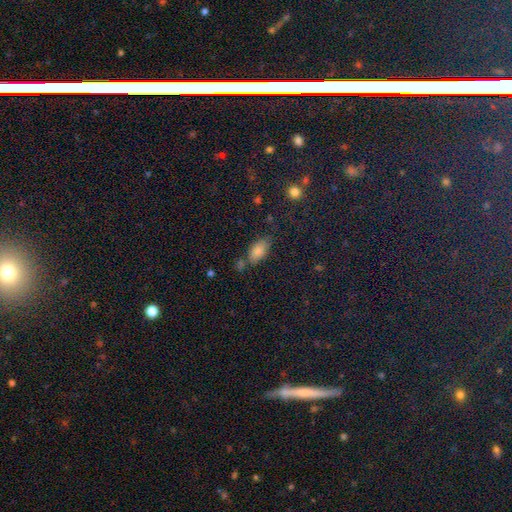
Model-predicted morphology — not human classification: This is likely a smooth galaxy (63%). How rounded: clearly in between (80%). Merging: likely none (71%).